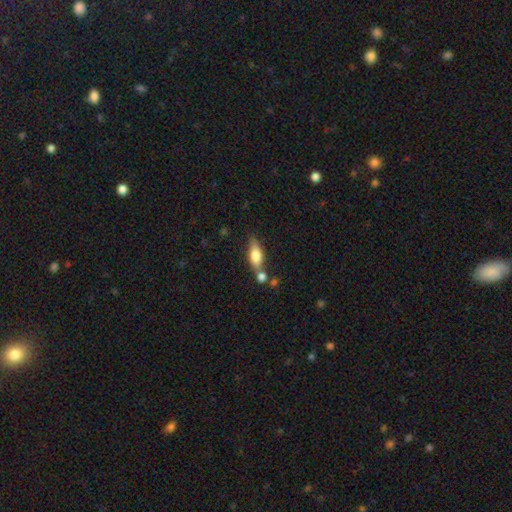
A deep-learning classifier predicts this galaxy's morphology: Smooth or featured?
  - smooth: 68% *
  - featured or disk: 25%
  - star or artifact: 8%
How rounded?
  - in between: 70% *
  - cigar-shaped: 25%
  - round: 5%
Merging?
  - none: 52% *
  - merger: 27%
  - minor disturbance: 15%
  - major disturbance: 5%